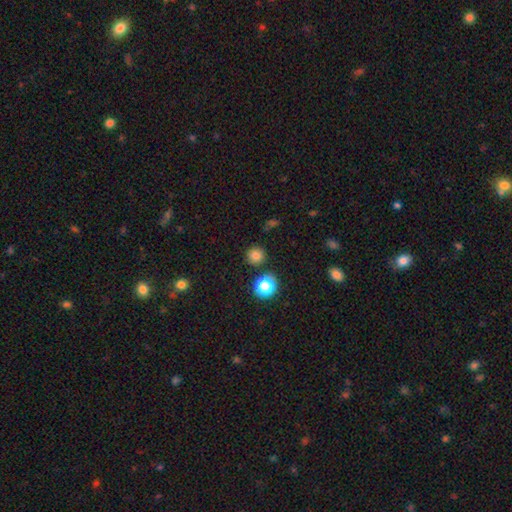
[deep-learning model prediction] Morphology: type=smooth (77%); roundness=round (94%); merging=none (87%).